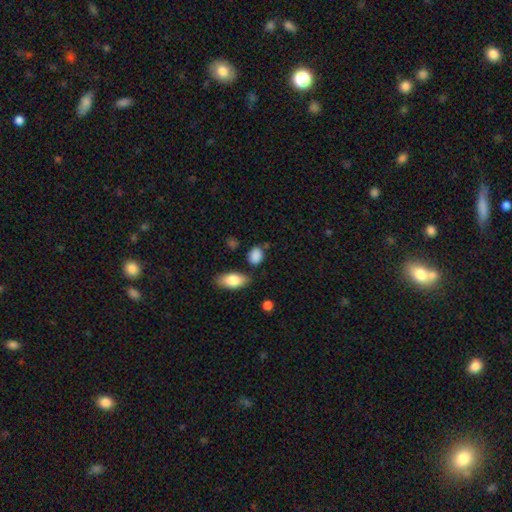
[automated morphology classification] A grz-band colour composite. It shows a smooth galaxy with no disk features (86%) that is in between round and cigar-shaped (61%). Merging: none (71%).